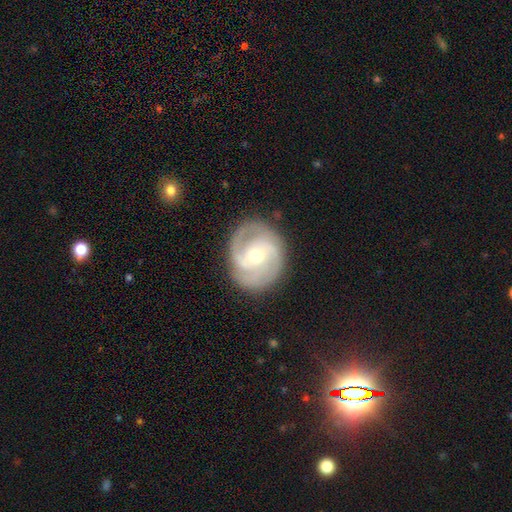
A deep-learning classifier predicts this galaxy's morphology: This appears to be a featured or disk galaxy (85%) with a weak bar (43%), 2 (39%) medium (45%) spiral arms (96%) and a moderate central bulge (51%). Merging: none (82%).